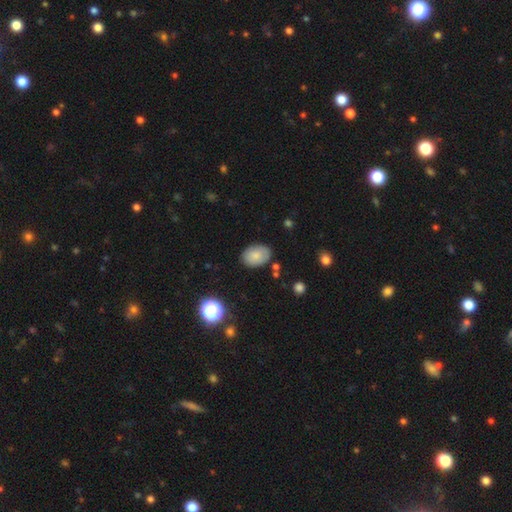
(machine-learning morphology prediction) Smooth or featured? Predicted: smooth (p=0.79). How rounded? Predicted: in between (p=0.83). Merging? Predicted: none (p=0.81).